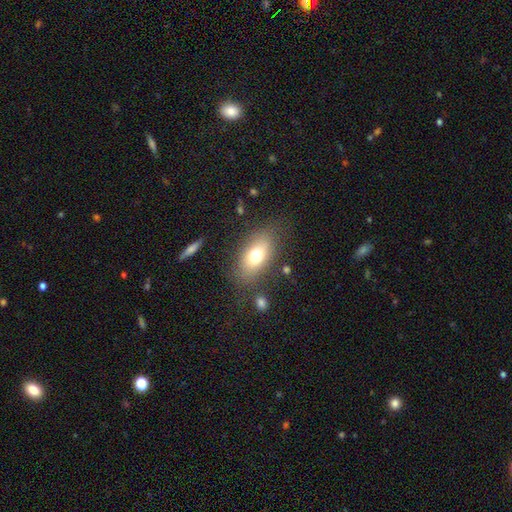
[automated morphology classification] A smooth galaxy with no disk features (72%) that is in between round and cigar-shaped (85%).

Vote fractions:
- Smooth or featured? smooth: 72% / featured or disk: 19% / star or artifact: 10%
- How rounded? in between: 85% / round: 11% / cigar-shaped: 4%
- Merging? none: 77% / minor disturbance: 14% / major disturbance: 6% / merger: 3%